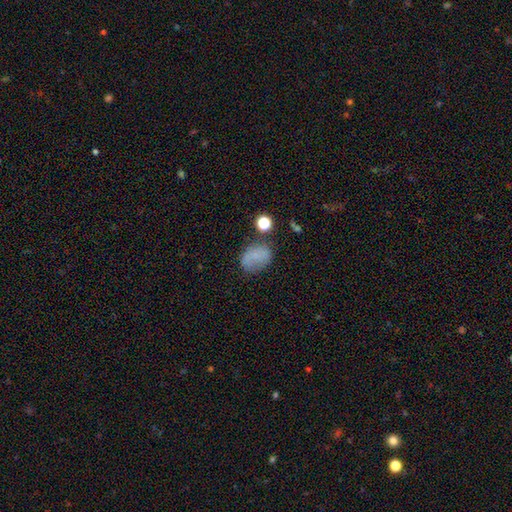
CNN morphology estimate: Smooth or featured? Predicted: smooth (p=0.69). How rounded? Predicted: in between (p=0.66). Merging? Predicted: none (p=0.58).